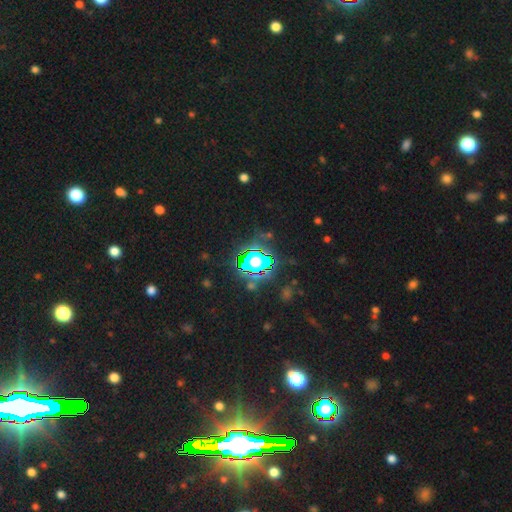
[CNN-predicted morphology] This appears to be a star or artifact, not a galaxy (80%).